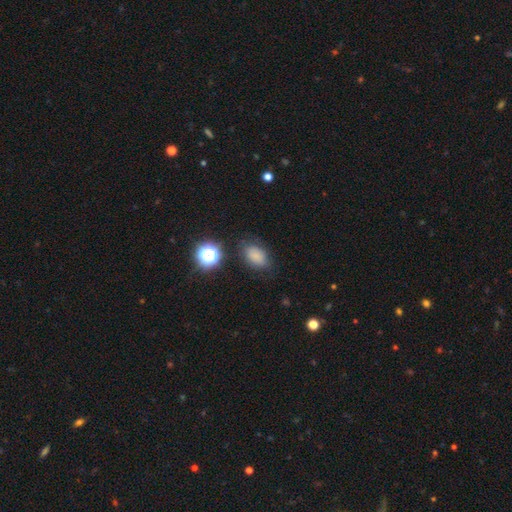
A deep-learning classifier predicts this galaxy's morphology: A smooth galaxy with no disk features (79%) that is in between round and cigar-shaped (82%).

Vote fractions:
- Smooth or featured? smooth: 79% / star or artifact: 15% / featured or disk: 6%
- How rounded? in between: 82% / round: 16% / cigar-shaped: 2%
- Merging? none: 76% / minor disturbance: 16% / major disturbance: 5% / merger: 3%